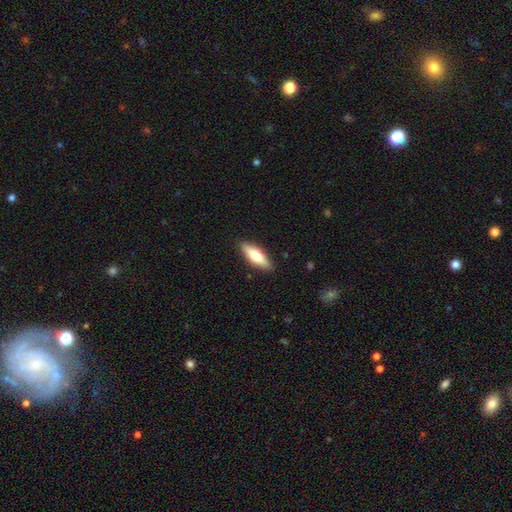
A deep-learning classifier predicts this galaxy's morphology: This appears to be a smooth galaxy with no disk features (71%) that is in between round and cigar-shaped (54%). Merging: none (88%).